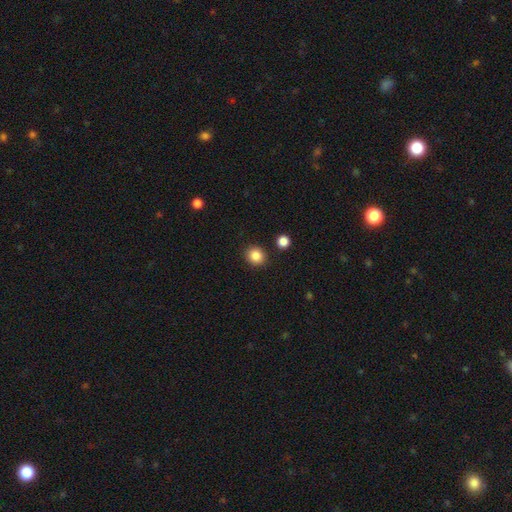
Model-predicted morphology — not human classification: A smooth galaxy with no disk features (86%) that is round (81%).

Vote fractions:
- Smooth or featured? smooth: 86% / star or artifact: 10% / featured or disk: 4%
- How rounded? round: 81% / in between: 18% / cigar-shaped: 1%
- Merging? none: 88% / minor disturbance: 7% / merger: 3% / major disturbance: 2%